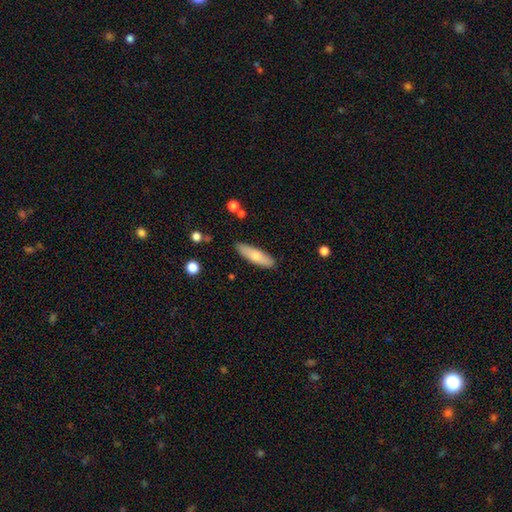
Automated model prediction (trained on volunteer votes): Q: Smooth or featured?
A: smooth (71%); runner-up: featured or disk (23%)
Q: How rounded?
A: cigar-shaped (60%); runner-up: in between (39%)
Q: Merging?
A: none (86%); runner-up: minor disturbance (10%)